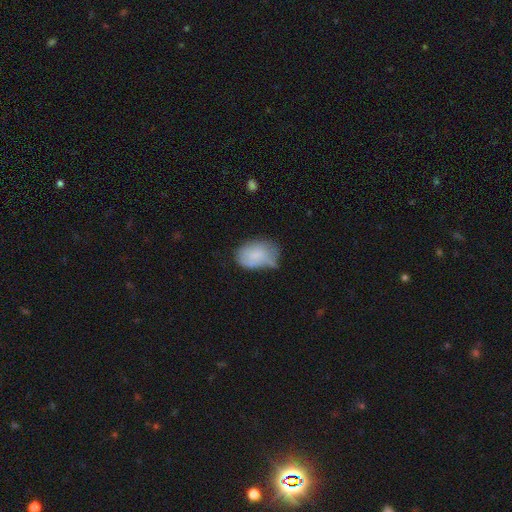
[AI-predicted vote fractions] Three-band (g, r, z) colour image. It shows a smooth galaxy with no disk features (74%) that is in between round and cigar-shaped (87%). Merging: minor disturbance (40%).